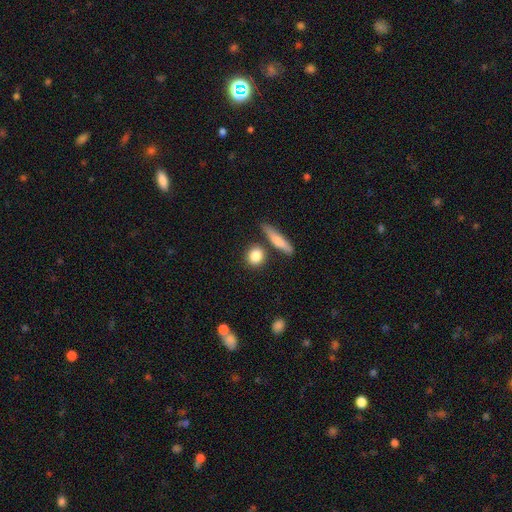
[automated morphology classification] type=smooth (83%); roundness=round (69%); merging=none (75%).